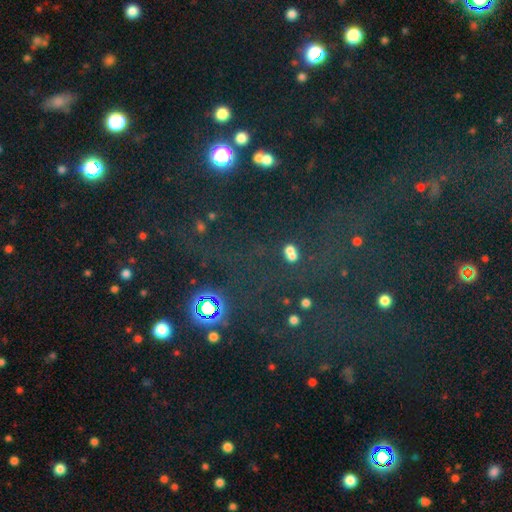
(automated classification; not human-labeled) This is likely a star or artifact rather than a galaxy (69%).